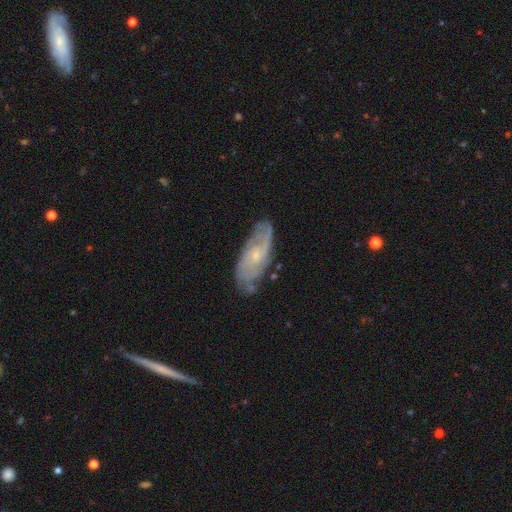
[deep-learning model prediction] Smooth or featured? Predicted: featured or disk (p=0.72). Edge-on disk? Predicted: no (p=0.88). Bar? Predicted: no (p=0.72). Spiral arms? Predicted: yes (p=0.88). Spiral winding? Predicted: tight (p=0.47). Spiral arm count? Predicted: can't tell (p=0.44). Bulge size? Predicted: small (p=0.72). Merging? Predicted: none (p=0.72).